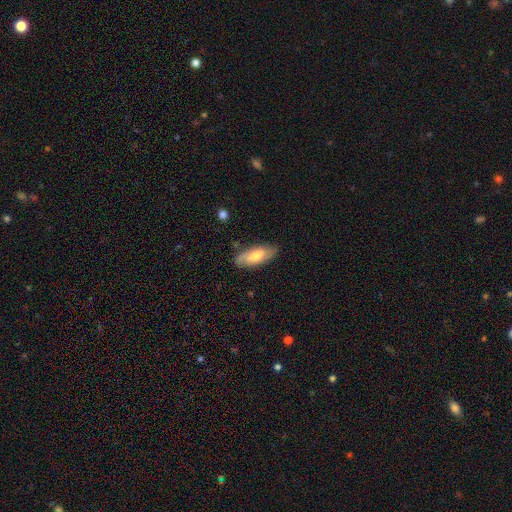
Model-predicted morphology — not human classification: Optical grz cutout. It shows a smooth galaxy with no disk features (71%) that is in between round and cigar-shaped (75%). Merging: none (80%).